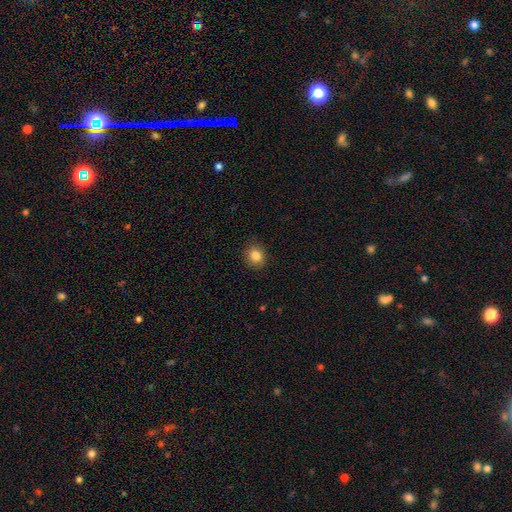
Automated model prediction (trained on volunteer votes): This is clearly a smooth galaxy (85%). How rounded: likely round (76%). Merging: clearly none (88%).